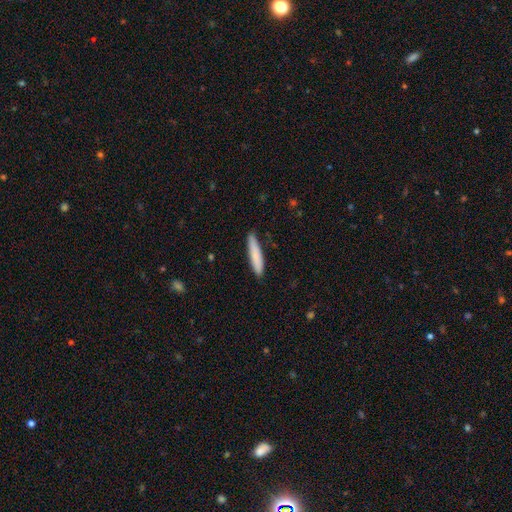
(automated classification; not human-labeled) Overall: smooth (82%). How rounded: cigar-shaped (88%). Merging: none (85%).